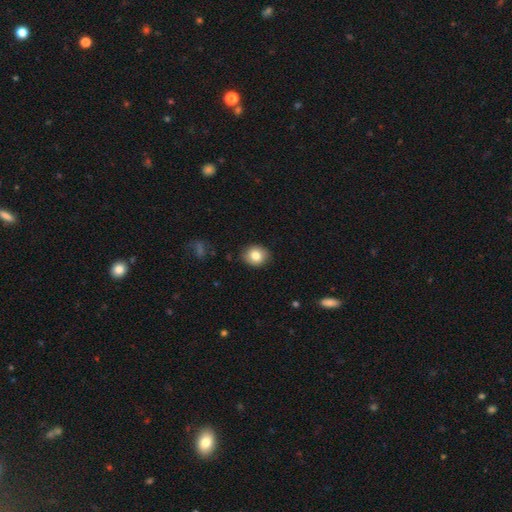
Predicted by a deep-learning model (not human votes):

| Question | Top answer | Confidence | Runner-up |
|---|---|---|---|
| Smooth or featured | smooth | 82% | star or artifact (9%) |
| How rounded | round | 68% | in between (31%) |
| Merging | none | 87% | minor disturbance (10%) |